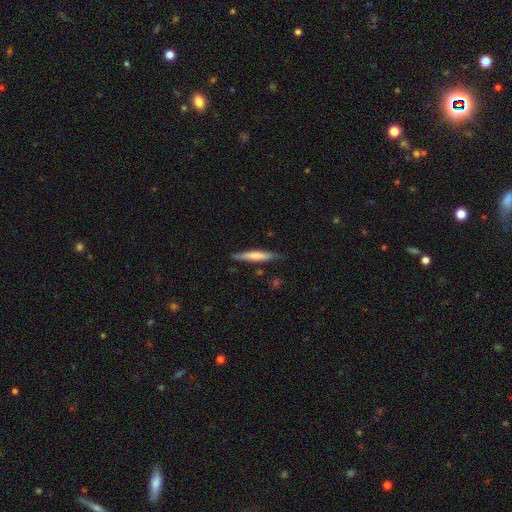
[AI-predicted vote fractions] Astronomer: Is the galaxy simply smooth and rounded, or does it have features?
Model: smooth — 60% (runner-up: featured or disk, 35%).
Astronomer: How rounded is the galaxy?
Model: cigar-shaped — 92%.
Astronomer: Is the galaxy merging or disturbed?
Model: none — 82%.